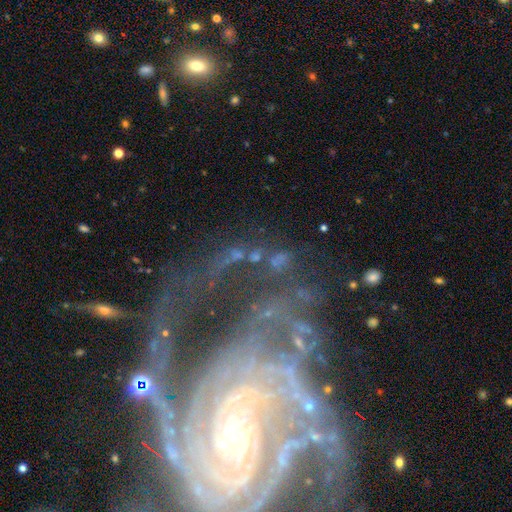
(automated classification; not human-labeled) The model was most divided on "bar": no: 47%, weak: 29%, strong: 24%. Remaining: edge-on disk — no (92%); spiral arms — yes (80%); smooth or featured — featured or disk (68%); merging — none (51%); bulge size — small (50%).